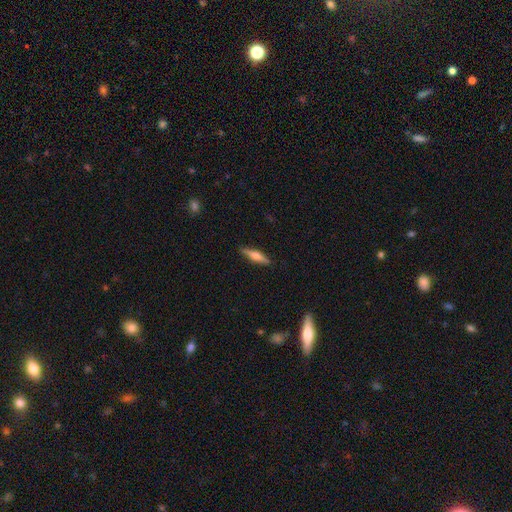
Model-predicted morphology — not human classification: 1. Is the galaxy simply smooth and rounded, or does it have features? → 48% smooth, 46% featured or disk, 6% star or artifact.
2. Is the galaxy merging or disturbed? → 88% none, 9% minor disturbance, 2% major disturbance, 1% merger.